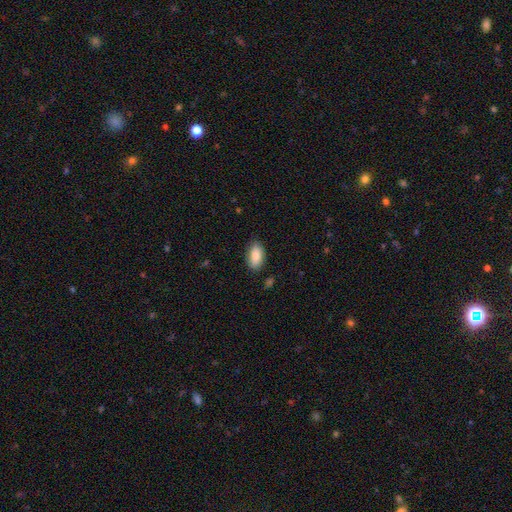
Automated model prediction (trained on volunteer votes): This is clearly a smooth galaxy (86%). How rounded: clearly in between (93%). Merging: clearly none (82%).